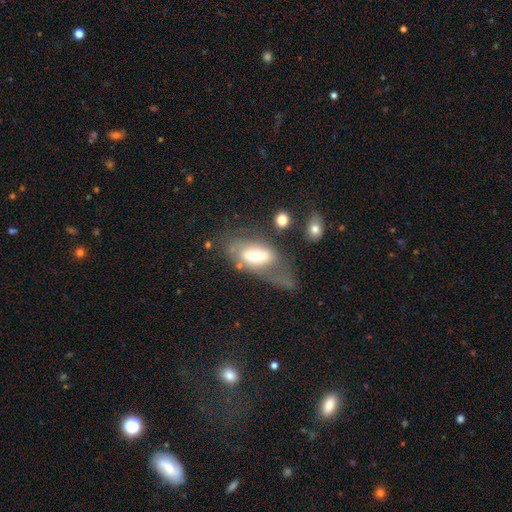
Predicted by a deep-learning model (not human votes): This is possibly a featured or disk galaxy (47%). Merging: marginally none (35%).